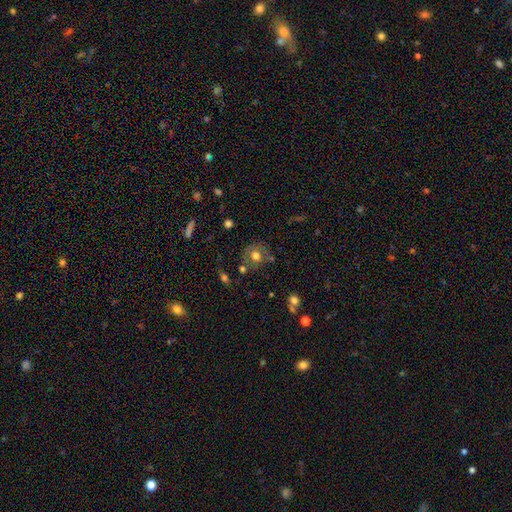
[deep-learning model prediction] A smooth galaxy with no disk features (66%) that is round (80%). Merging: none (62%).